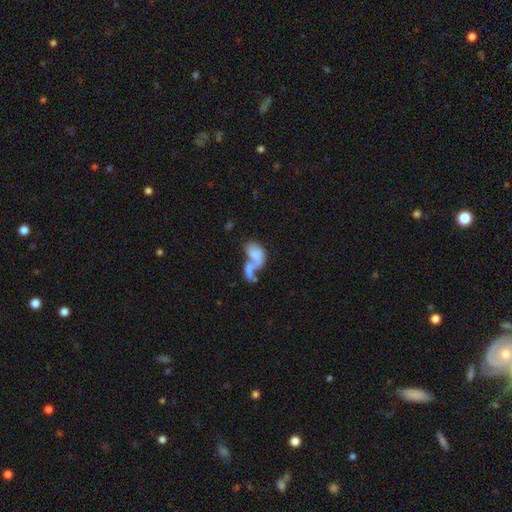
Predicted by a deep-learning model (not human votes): smooth_or_featured: smooth (p=0.58) [alt: featured or disk p=0.33]
how_rounded: in between (p=0.88) [alt: round p=0.09]
merging: merger (p=0.68) [alt: major disturbance p=0.15]